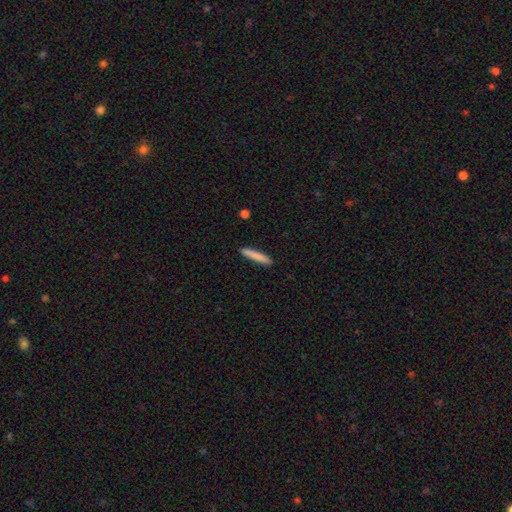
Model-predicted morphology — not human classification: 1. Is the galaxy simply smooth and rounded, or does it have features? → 84% smooth, 10% featured or disk, 6% star or artifact.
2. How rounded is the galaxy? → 93% cigar-shaped, 6% in between, 1% round.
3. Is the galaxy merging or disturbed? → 90% none, 7% minor disturbance, 2% major disturbance, 1% merger.